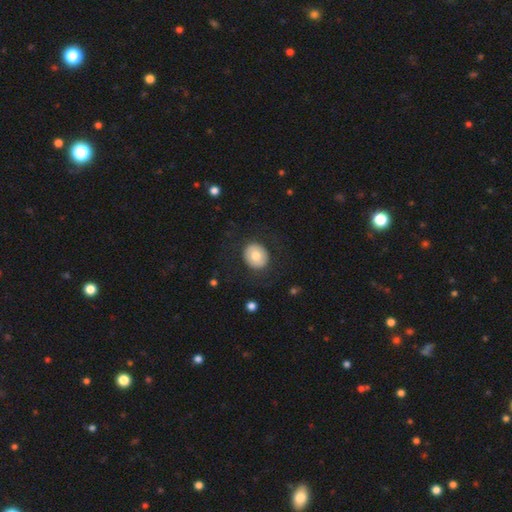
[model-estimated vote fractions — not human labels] This appears to be a smooth galaxy with no disk features (72%) that is round (75%). Merging: none (83%).